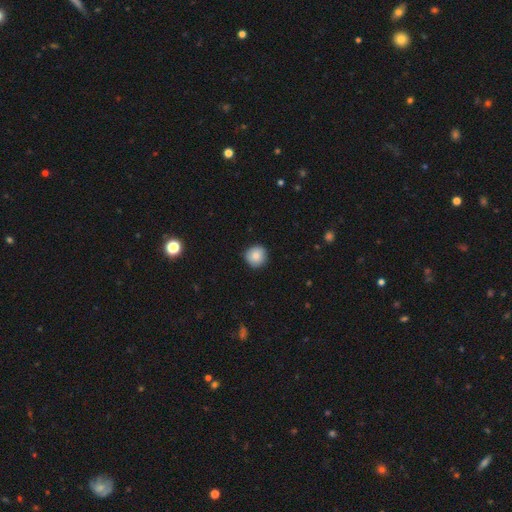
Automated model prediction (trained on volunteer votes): Overall: smooth (85%). How rounded: round (94%). Merging: none (89%).